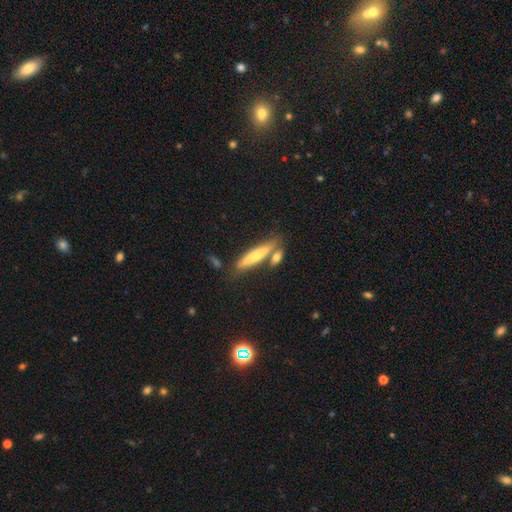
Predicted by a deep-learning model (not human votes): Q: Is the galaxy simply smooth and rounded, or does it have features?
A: smooth — 63%.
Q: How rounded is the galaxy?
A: cigar-shaped — 81%.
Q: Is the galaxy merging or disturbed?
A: none — 66%.